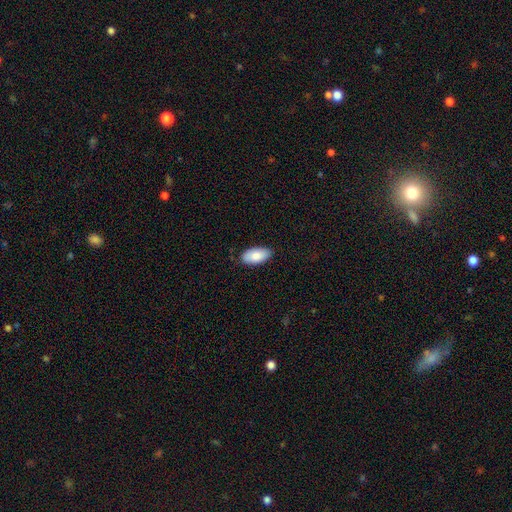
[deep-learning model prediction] The model was most divided on "merging": none: 85%, minor disturbance: 12%, major disturbance: 2%, merger: 1%. More confident: how rounded — in between (95%); smooth or featured — smooth (86%).